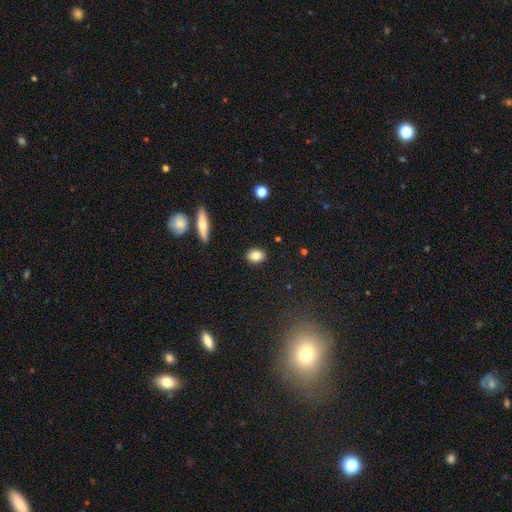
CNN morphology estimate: A smooth galaxy with no disk features (83%) that is in between round and cigar-shaped (64%). Merging: none (89%).